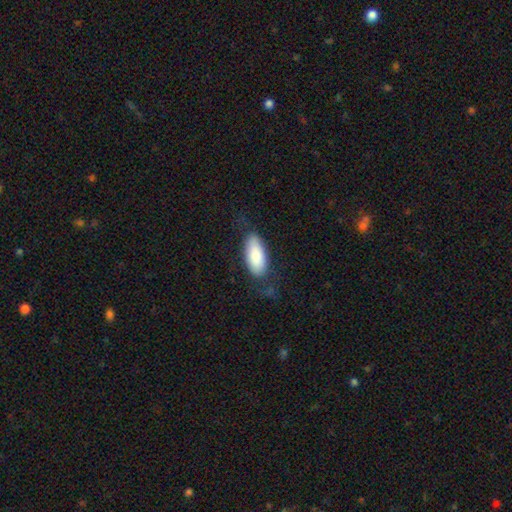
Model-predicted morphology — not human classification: type=smooth (82%); roundness=in between (87%); merging=none (70%).